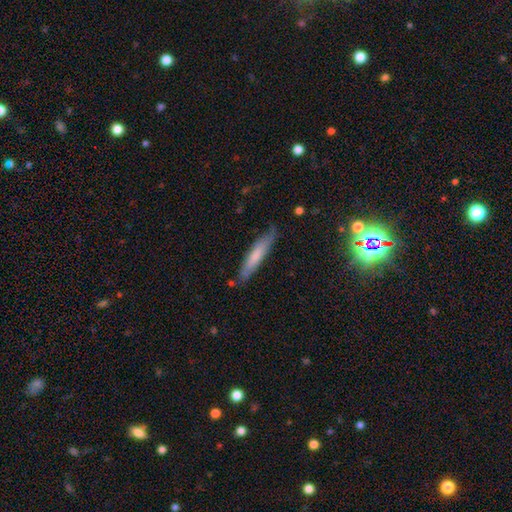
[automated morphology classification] smooth-or-featured: smooth: 63% | featured or disk: 30% | star or artifact: 6%
  how-rounded: cigar-shaped: 88% | in between: 10% | round: 1%
  merging: none: 79% | minor disturbance: 16% | major disturbance: 3% | merger: 2%